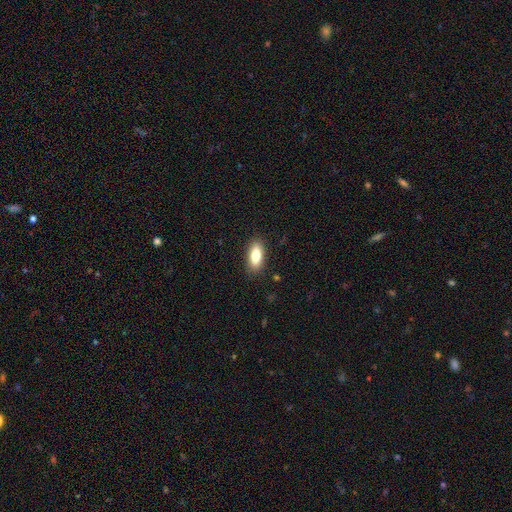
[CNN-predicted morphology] smooth-or-featured: smooth: 80% | featured or disk: 13% | star or artifact: 7%
  how-rounded: in between: 84% | cigar-shaped: 13% | round: 3%
  merging: none: 87% | minor disturbance: 9% | major disturbance: 2% | merger: 1%